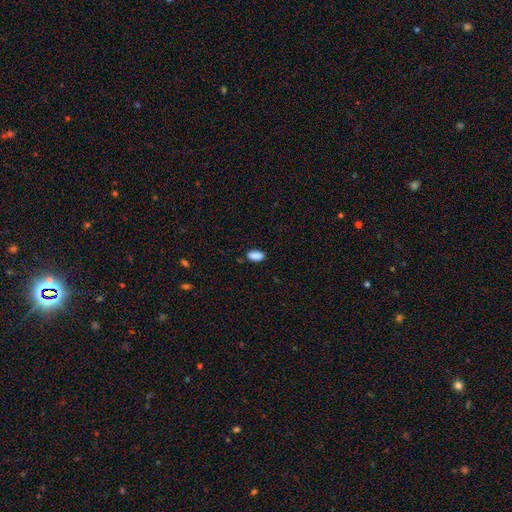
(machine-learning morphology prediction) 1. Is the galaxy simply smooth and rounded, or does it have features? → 88% smooth, 8% star or artifact, 3% featured or disk.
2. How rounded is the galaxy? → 87% in between, 10% cigar-shaped, 3% round.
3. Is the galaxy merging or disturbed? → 82% none, 13% minor disturbance, 3% major disturbance, 2% merger.